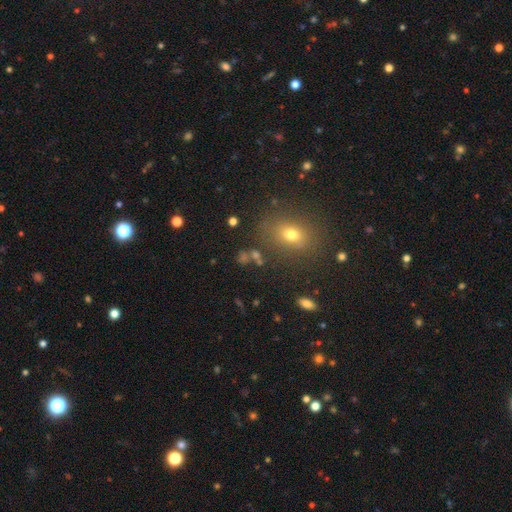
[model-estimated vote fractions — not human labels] smooth 57%, star or artifact 29%, featured or disk 14%. Down the decision tree: how rounded — in between (51%); merging — none (72%).